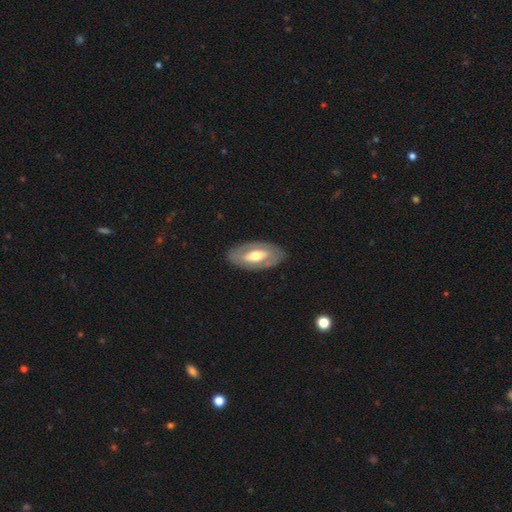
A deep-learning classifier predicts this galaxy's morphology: This is likely a featured or disk galaxy (61%). It is clearly not viewed edge-on (88%). Bar: possibly no (51%). Spiral arm pattern: likely no (69%). Central bulge: likely moderate (66%). Merging: clearly none (84%).